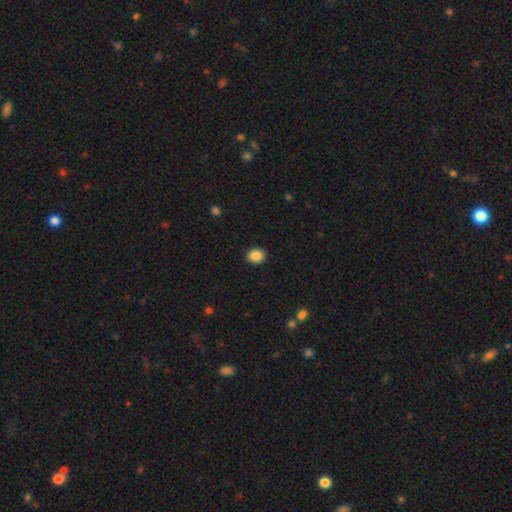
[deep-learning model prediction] Smooth or featured? smooth (87%)
How rounded? round (70%)
Merging? none (92%)